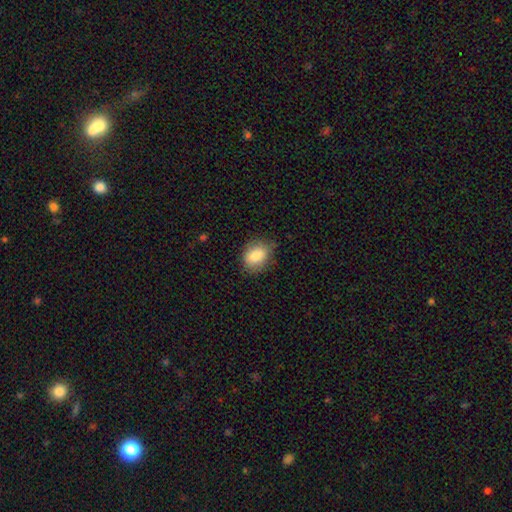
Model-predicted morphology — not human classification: A smooth galaxy with no disk features (83%) that is in between round and cigar-shaped (66%). Merging: none (75%).